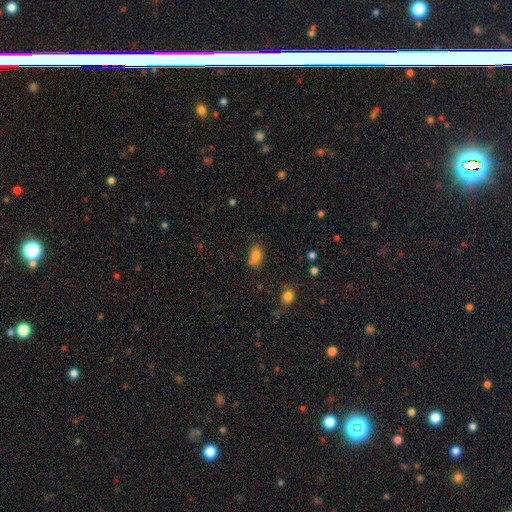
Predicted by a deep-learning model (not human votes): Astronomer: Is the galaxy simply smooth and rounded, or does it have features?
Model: smooth — 80%.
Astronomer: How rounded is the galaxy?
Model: in between — 85%.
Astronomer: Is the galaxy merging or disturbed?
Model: none — 59%.